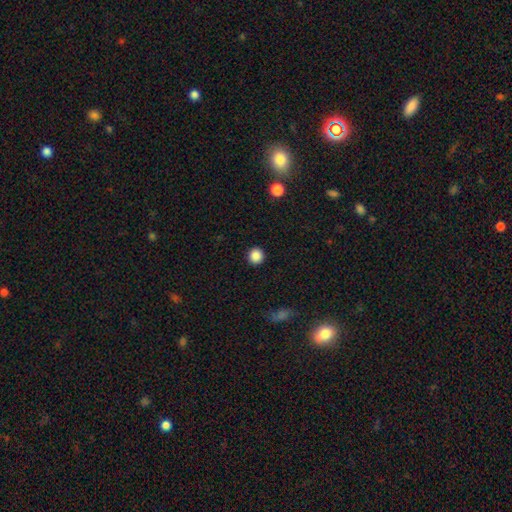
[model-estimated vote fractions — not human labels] Smooth or featured? smooth (87%)
How rounded? round (94%)
Merging? none (93%)